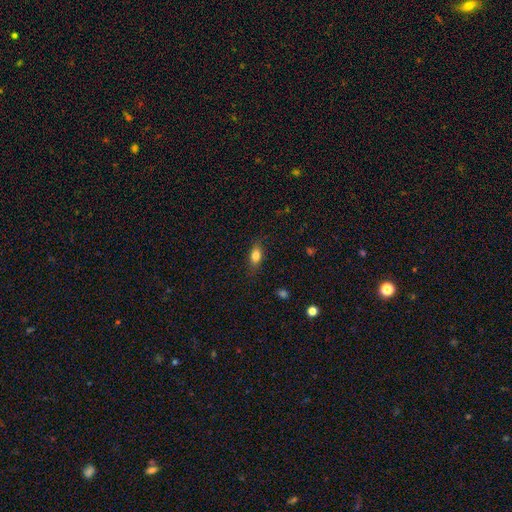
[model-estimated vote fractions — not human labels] Q: Smooth or featured?
A: smooth (80%); runner-up: featured or disk (11%)
Q: How rounded?
A: in between (81%); runner-up: cigar-shaped (10%)
Q: Merging?
A: none (82%); runner-up: minor disturbance (13%)